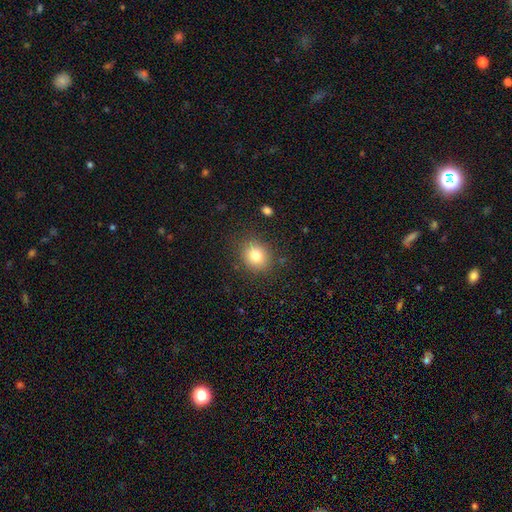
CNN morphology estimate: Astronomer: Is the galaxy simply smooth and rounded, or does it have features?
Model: smooth — 79%.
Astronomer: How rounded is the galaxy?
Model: round — 75%.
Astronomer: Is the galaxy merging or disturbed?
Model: none — 85%.